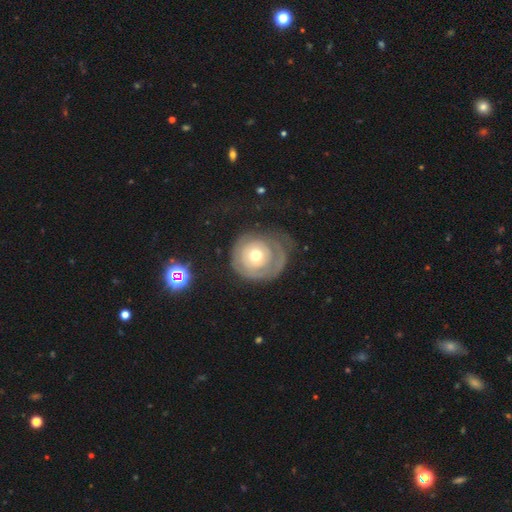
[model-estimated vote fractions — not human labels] Smooth or featured: featured or disk — 63% (smooth — 30%)
Edge-on disk: no — 96% (yes — 4%)
Bar: no — 87% (weak — 10%)
Spiral arms: yes — 63% (no — 37%)
Bulge size: moderate — 62% (small — 27%)
Merging: none — 56% (major disturbance — 21%)